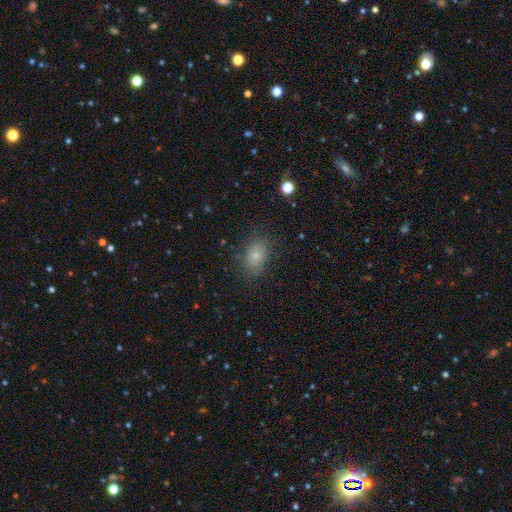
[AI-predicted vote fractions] smooth 80%, star or artifact 11%, featured or disk 9%. Down the decision tree: how rounded — in between (83%); merging — none (81%).